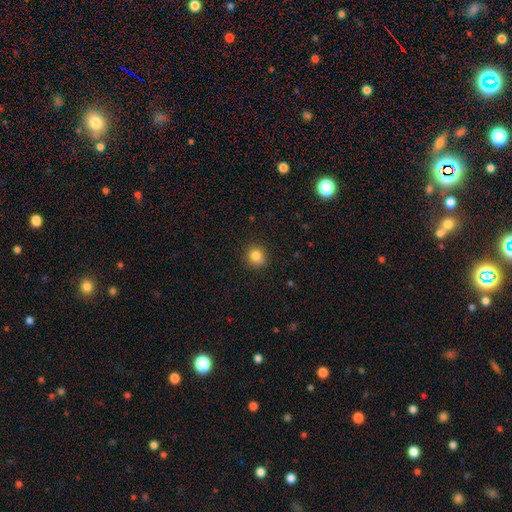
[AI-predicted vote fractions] A smooth galaxy with no disk features (83%) that is round (80%). Merging: none (87%).